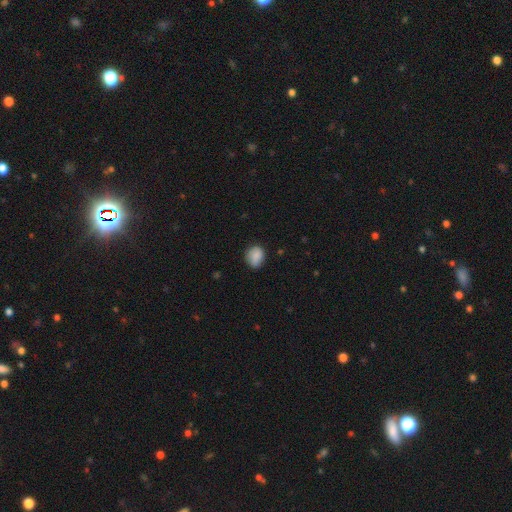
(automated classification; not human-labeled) smooth 86%, star or artifact 8%, featured or disk 7%. Down the decision tree: how rounded — round (58%); merging — none (74%).